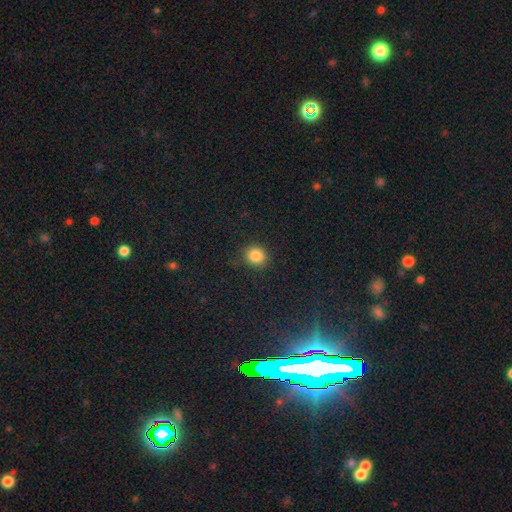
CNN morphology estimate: Smooth or featured? Predicted: smooth (p=0.84). How rounded? Predicted: round (p=0.82). Merging? Predicted: none (p=0.84).